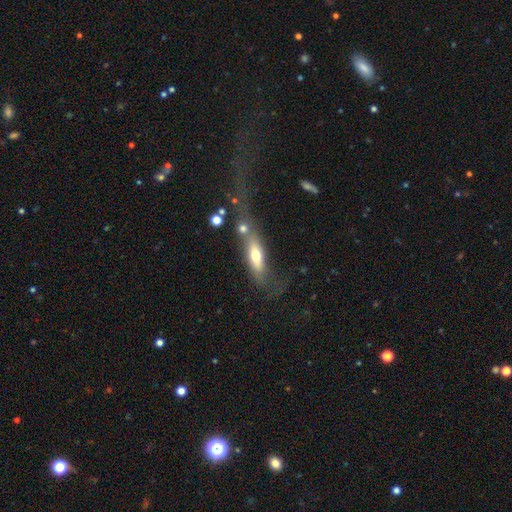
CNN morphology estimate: Smooth or featured? Predicted: smooth (p=0.59). How rounded? Predicted: in between (p=0.53). Merging? Predicted: none (p=0.38).